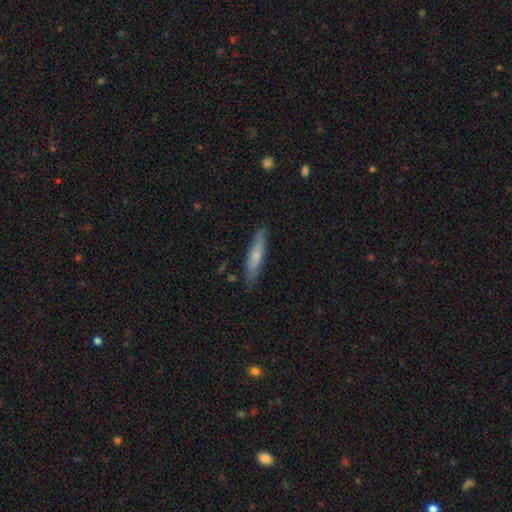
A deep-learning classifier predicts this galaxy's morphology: type=smooth (61%); roundness=cigar-shaped (85%); merging=none (83%).